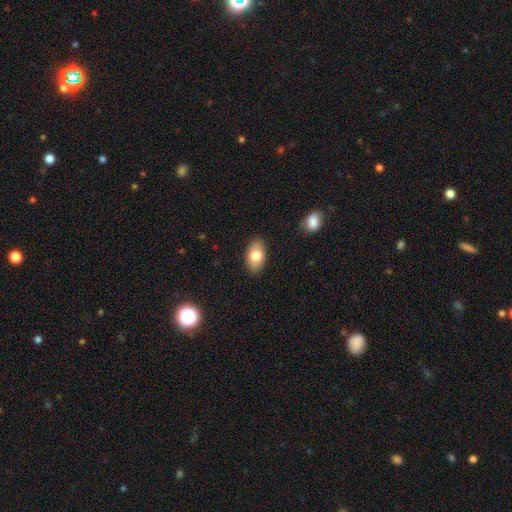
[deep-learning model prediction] This is likely a smooth galaxy (79%). How rounded: clearly in between (93%). Merging: clearly none (87%).